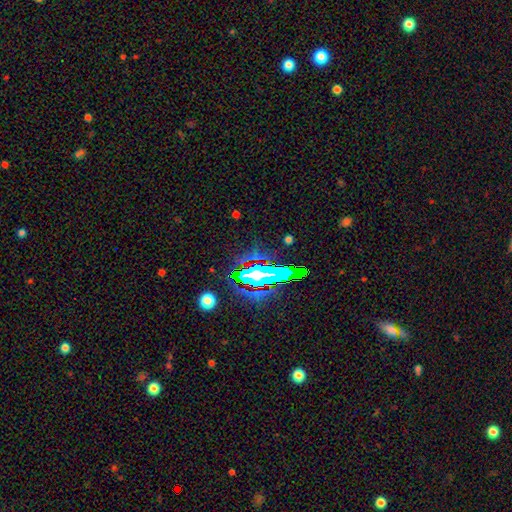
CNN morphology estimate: The model was most divided on "smooth or featured": star or artifact: 69%, smooth: 17%, featured or disk: 14%.